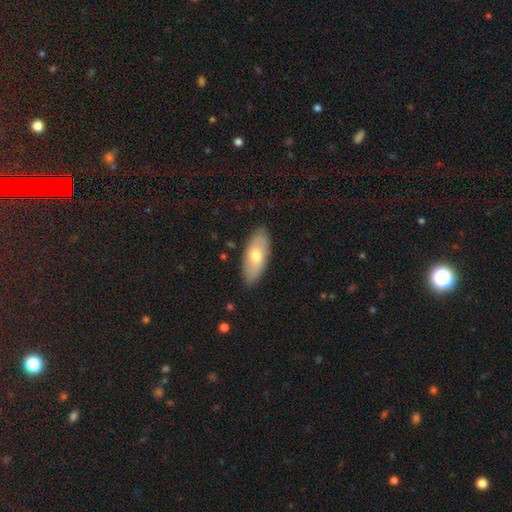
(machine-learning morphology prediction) type=smooth (63%); roundness=in between (85%); merging=none (86%).